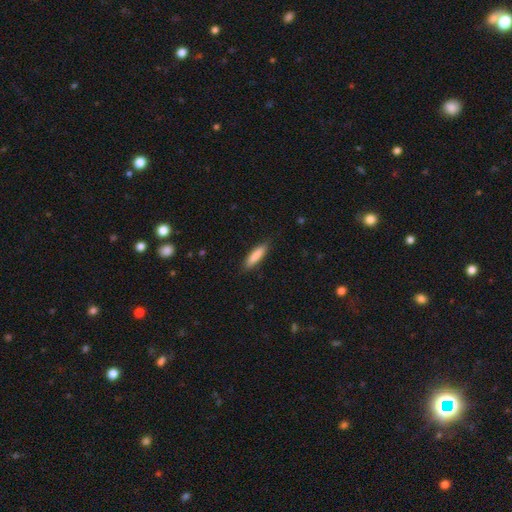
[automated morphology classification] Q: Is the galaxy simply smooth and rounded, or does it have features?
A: smooth — 85%.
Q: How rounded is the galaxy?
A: cigar-shaped — 72%.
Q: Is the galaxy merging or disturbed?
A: none — 86%.